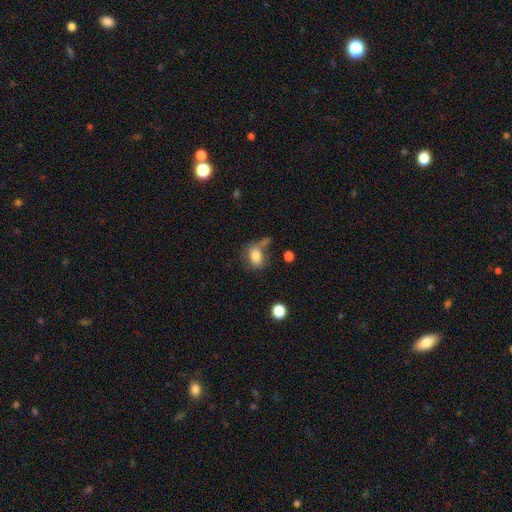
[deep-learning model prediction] Overall: smooth (78%). How rounded: in between (67%; round 32%). Merging: none (42%; minor disturbance 23%).